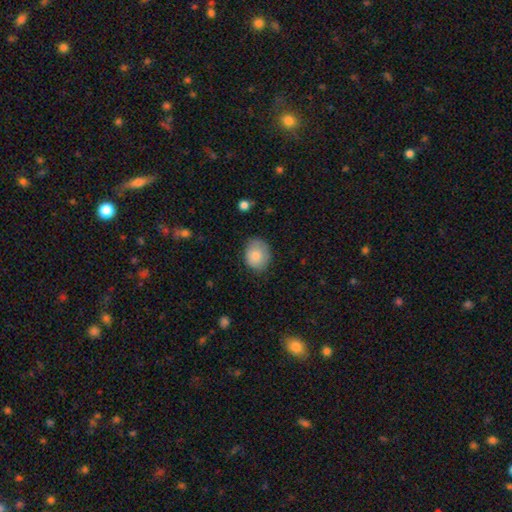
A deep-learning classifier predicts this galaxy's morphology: A smooth galaxy with no disk features (81%) that is round (51%).

Vote fractions:
- Smooth or featured? smooth: 81% / featured or disk: 12% / star or artifact: 8%
- How rounded? round: 51% / in between: 49% / cigar-shaped: 1%
- Merging? none: 72% / minor disturbance: 23% / major disturbance: 4% / merger: 1%